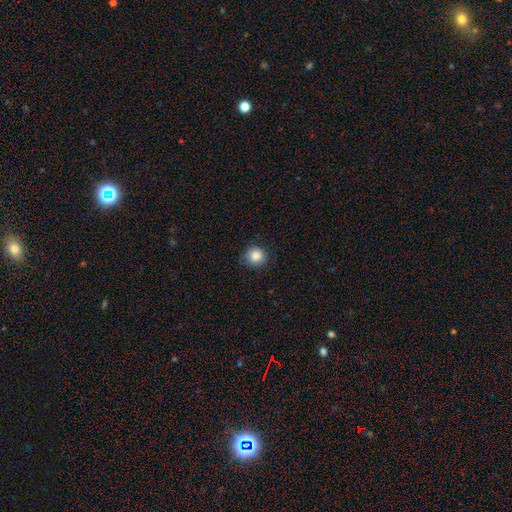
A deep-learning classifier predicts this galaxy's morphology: This is clearly a smooth galaxy (86%). How rounded: clearly round (92%). Merging: clearly none (82%).